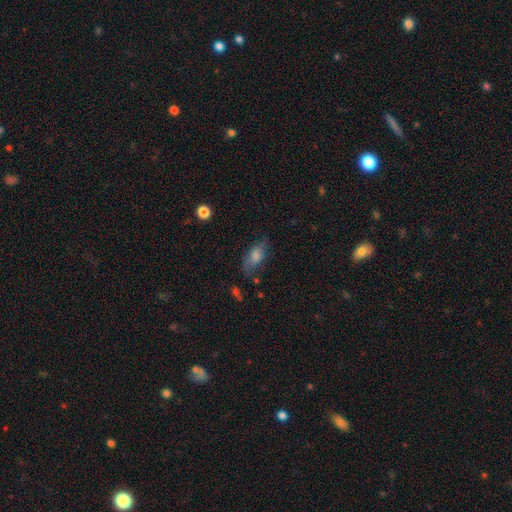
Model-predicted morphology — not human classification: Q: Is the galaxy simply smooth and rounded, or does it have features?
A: smooth — 67%.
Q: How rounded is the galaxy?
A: in between — 87%.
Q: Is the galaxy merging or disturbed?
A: none — 56%.